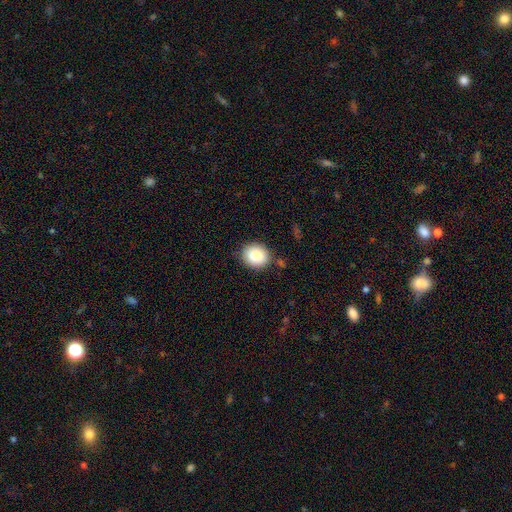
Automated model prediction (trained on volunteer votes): This appears to be a smooth galaxy with no disk features (87%) that is round (64%). Merging: none (81%).